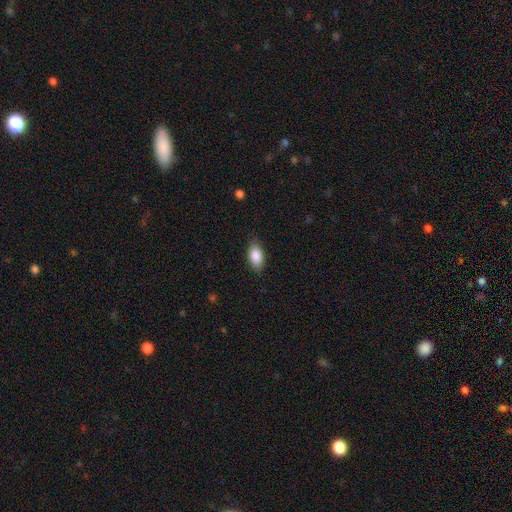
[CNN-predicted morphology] Q: Smooth or featured?
A: smooth (86%); runner-up: featured or disk (7%)
Q: How rounded?
A: in between (92%); runner-up: round (5%)
Q: Merging?
A: none (82%); runner-up: minor disturbance (14%)